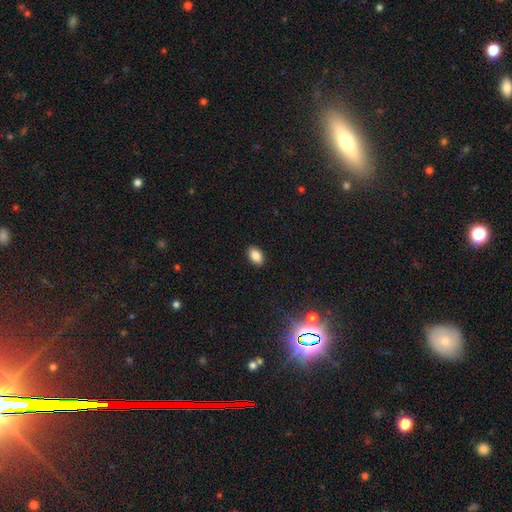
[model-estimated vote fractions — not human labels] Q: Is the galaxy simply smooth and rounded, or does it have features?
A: smooth — 85%.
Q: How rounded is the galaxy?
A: in between — 91%.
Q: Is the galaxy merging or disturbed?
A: none — 90%.